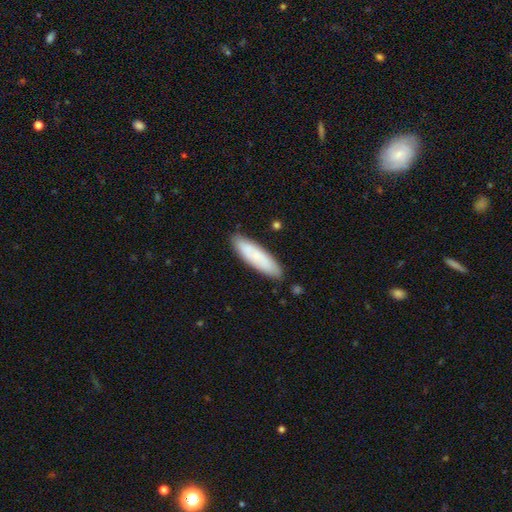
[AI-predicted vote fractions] A smooth galaxy with no disk features (77%) that is cigar-shaped (67%). Merging: none (85%).